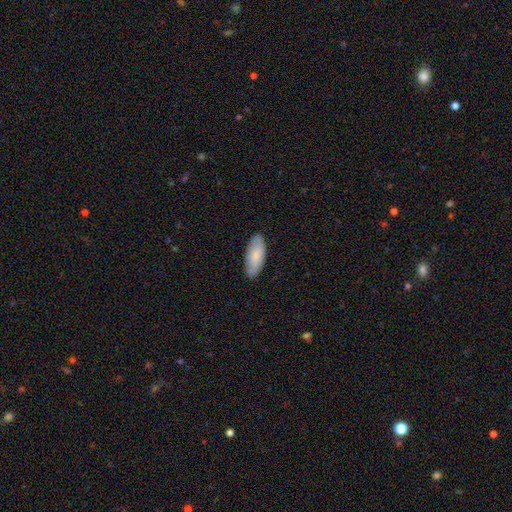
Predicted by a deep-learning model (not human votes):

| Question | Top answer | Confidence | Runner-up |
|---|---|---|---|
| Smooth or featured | smooth | 81% | featured or disk (13%) |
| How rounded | in between | 83% | cigar-shaped (16%) |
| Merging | none | 87% | minor disturbance (10%) |